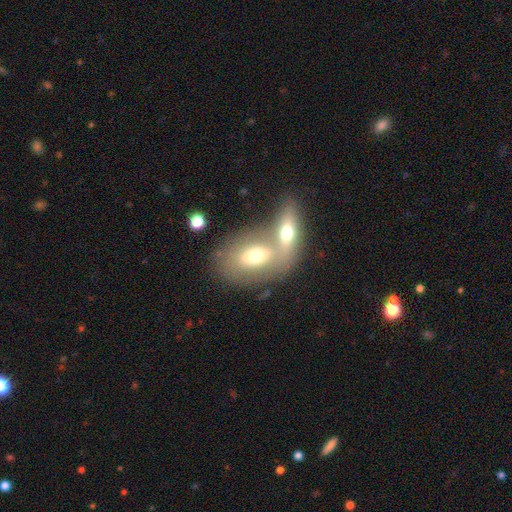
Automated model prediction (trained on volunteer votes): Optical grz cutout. It shows a smooth galaxy with no disk features (56%) that is in between round and cigar-shaped (83%). Merging: merger (60%).